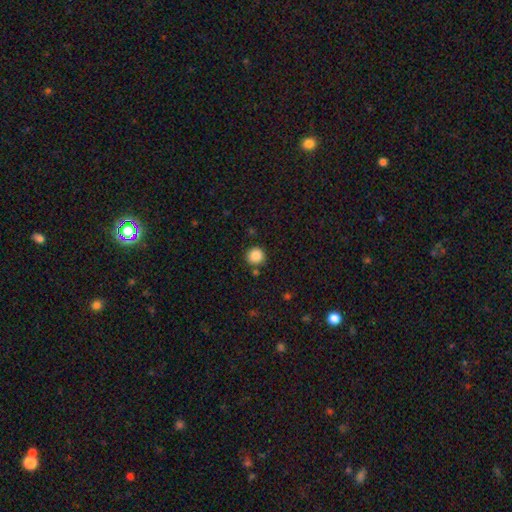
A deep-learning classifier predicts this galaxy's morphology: type=smooth (87%); roundness=round (94%); merging=none (85%).